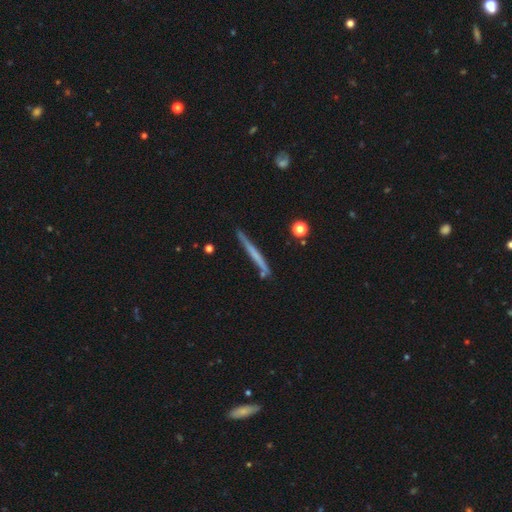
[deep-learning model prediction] A featured or disk galaxy (47%, tied with smooth).

Vote fractions:
- Smooth or featured? featured or disk: 47% (tied) / smooth: 47% (tied) / star or artifact: 7%
- Merging? none: 82% / minor disturbance: 12% / merger: 4% / major disturbance: 2%